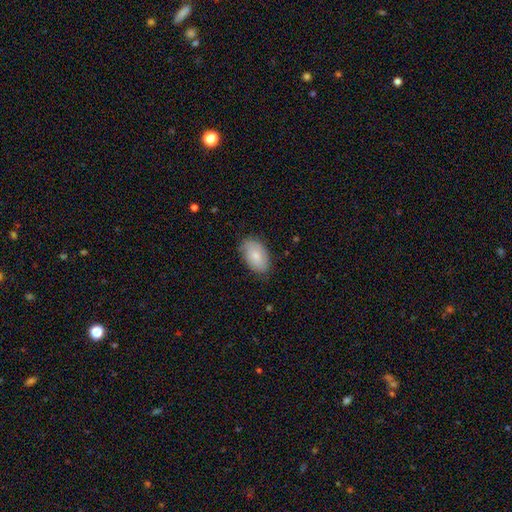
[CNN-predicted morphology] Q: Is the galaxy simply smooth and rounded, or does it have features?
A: smooth — 78%.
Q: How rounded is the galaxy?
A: in between — 93%.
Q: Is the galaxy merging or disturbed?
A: none — 78%.